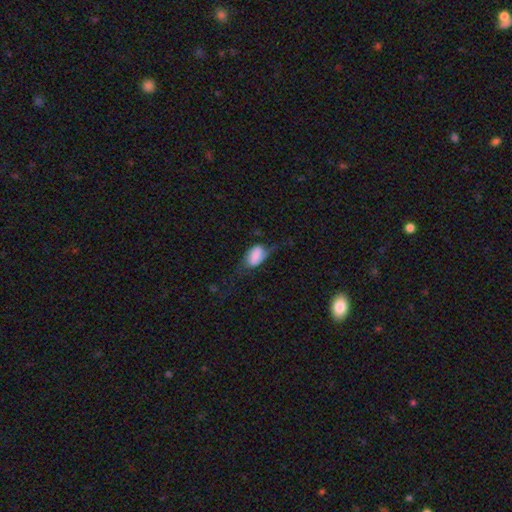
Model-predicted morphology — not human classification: A smooth galaxy with no disk features (61%) that is in between round and cigar-shaped (90%).

Vote fractions:
- Smooth or featured? smooth: 61% / featured or disk: 30% / star or artifact: 9%
- How rounded? in between: 90% / round: 8% / cigar-shaped: 2%
- Merging? none: 39% / major disturbance: 32% / minor disturbance: 26% / merger: 3%